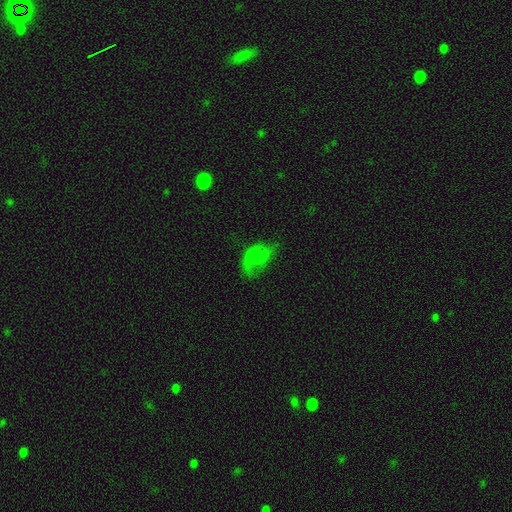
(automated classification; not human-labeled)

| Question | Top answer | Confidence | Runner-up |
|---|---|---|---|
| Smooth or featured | smooth | 51% | featured or disk (33%) |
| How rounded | in between | 87% | round (10%) |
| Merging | none | 36% | major disturbance (35%) |